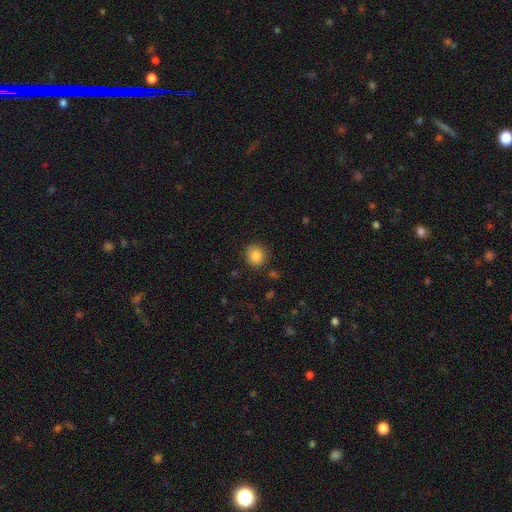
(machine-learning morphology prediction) smooth-or-featured: smooth: 84% | star or artifact: 10% | featured or disk: 6%
  how-rounded: round: 87% | in between: 12% | cigar-shaped: 1%
  merging: none: 86% | minor disturbance: 10% | major disturbance: 3% | merger: 2%